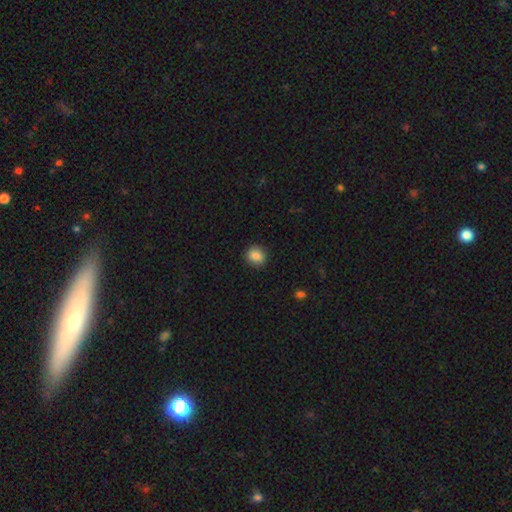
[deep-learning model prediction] Morphology: type=smooth (86%); roundness=round (82%); merging=none (90%).